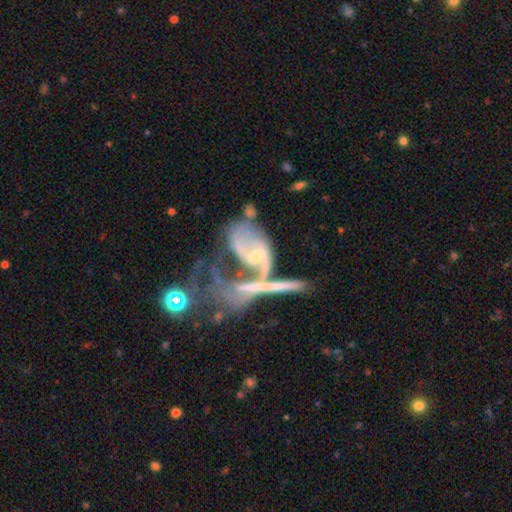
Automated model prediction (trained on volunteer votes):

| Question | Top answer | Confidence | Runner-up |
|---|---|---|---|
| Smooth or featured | featured or disk | 74% | smooth (16%) |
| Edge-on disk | no | 86% | yes (14%) |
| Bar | no | 53% | weak (30%) |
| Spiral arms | yes | 70% | no (30%) |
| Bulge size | small | 53% | none (22%) |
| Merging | merger | 51% | major disturbance (24%) |